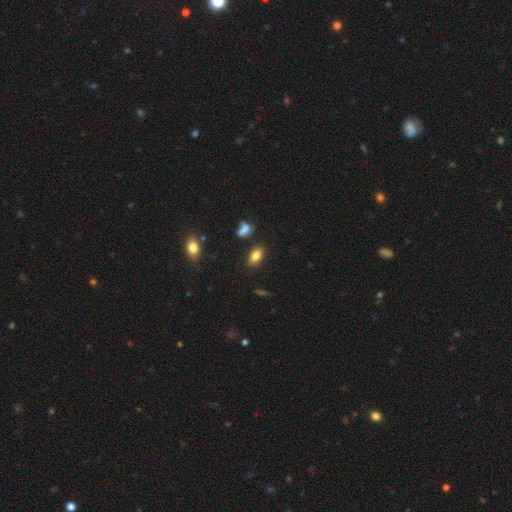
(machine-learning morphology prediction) smooth_or_featured: smooth (p=0.81) [alt: featured or disk p=0.10]
how_rounded: in between (p=0.87) [alt: round p=0.09]
merging: none (p=0.84) [alt: minor disturbance p=0.10]